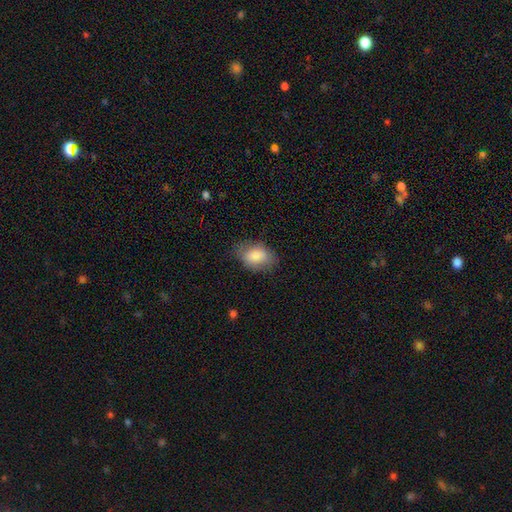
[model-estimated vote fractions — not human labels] A smooth galaxy with no disk features (81%) that is in between round and cigar-shaped (84%). Merging: none (72%).